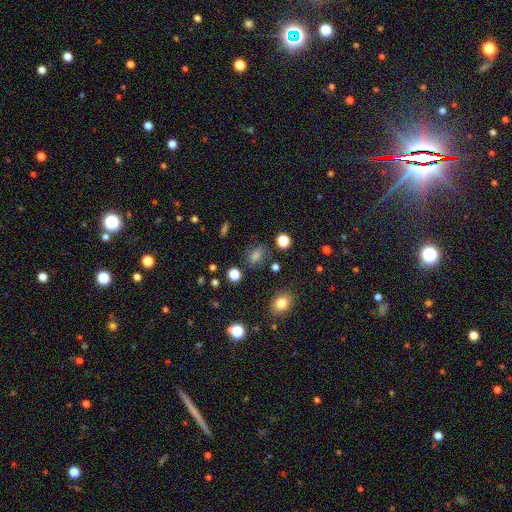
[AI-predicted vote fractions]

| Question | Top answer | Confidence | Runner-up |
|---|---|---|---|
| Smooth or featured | smooth | 60% | star or artifact (25%) |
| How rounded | in between | 64% | round (34%) |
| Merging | none | 77% | minor disturbance (14%) |